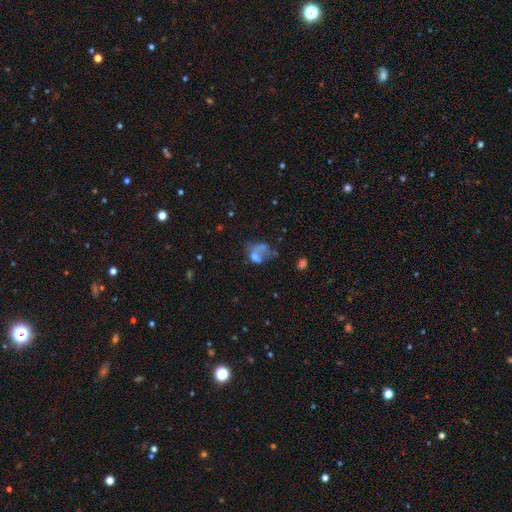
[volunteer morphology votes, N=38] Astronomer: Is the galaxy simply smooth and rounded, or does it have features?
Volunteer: featured or disk — 47% (runner-up: smooth, 45%).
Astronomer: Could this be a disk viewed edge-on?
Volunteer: no — 94%.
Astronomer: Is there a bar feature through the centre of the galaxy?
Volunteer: no — 94%.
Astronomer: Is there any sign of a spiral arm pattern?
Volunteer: no — 100%.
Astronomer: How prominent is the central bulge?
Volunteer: none — 88%.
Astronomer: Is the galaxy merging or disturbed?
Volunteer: merger — 37% (runner-up: major disturbance, 29%).